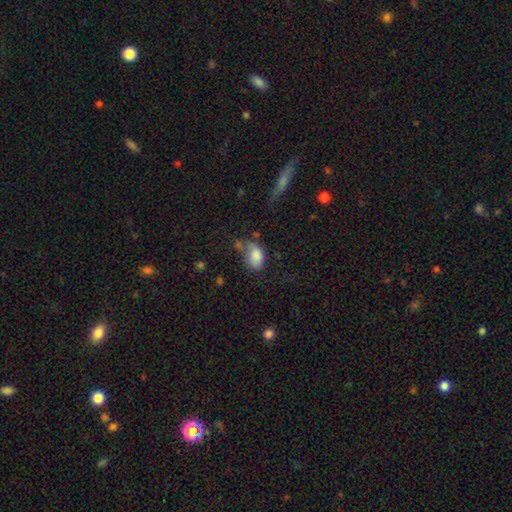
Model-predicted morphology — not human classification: This is clearly a smooth galaxy (81%). How rounded: clearly in between (85%). Merging: marginally none (37%).